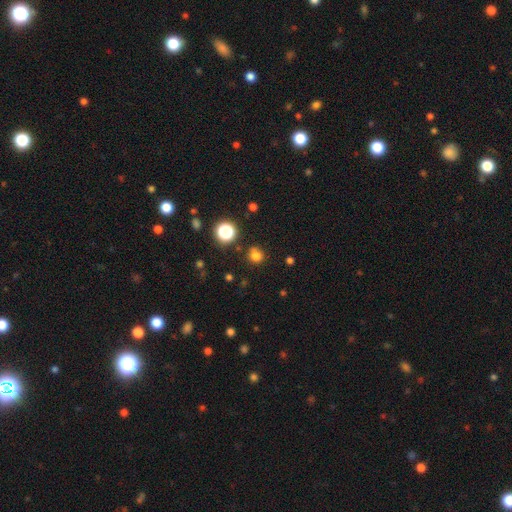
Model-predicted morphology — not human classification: This is likely a smooth galaxy (76%). How rounded: clearly round (88%). Merging: likely none (78%).